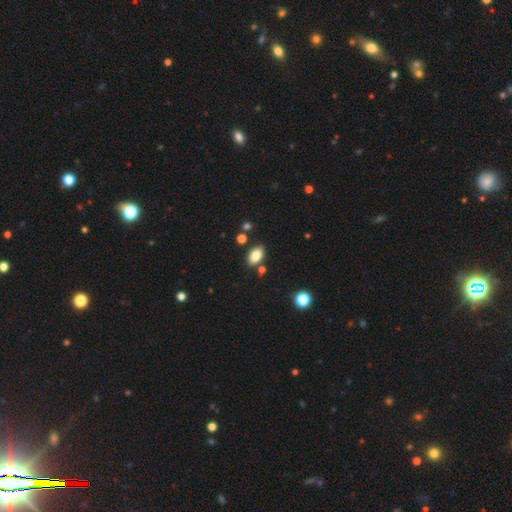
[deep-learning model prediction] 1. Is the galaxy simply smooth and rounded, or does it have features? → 83% smooth, 9% star or artifact, 8% featured or disk.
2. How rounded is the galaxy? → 91% in between, 7% round, 2% cigar-shaped.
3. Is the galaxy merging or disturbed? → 81% none, 10% minor disturbance, 6% merger, 2% major disturbance.